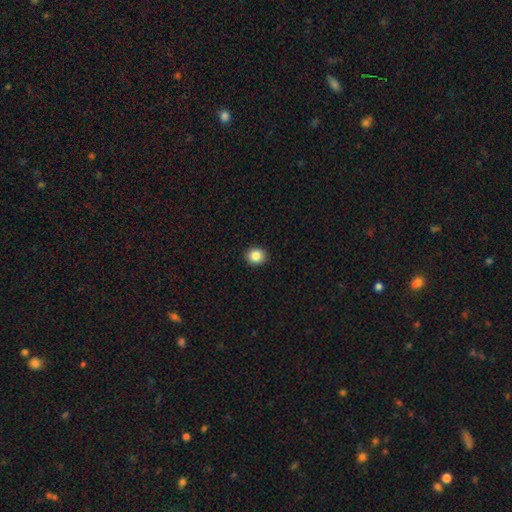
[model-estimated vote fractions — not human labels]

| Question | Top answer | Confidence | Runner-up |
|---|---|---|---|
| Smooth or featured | smooth | 85% | star or artifact (10%) |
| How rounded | round | 84% | in between (15%) |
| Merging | none | 93% | minor disturbance (5%) |